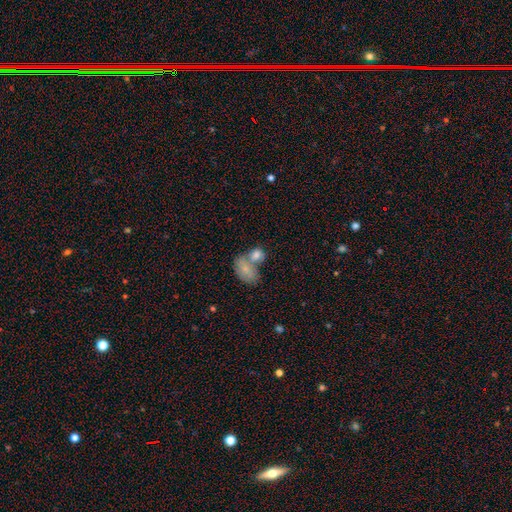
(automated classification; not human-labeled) This appears to be a smooth galaxy with no disk features (72%) that is in between round and cigar-shaped (67%). Merging: merger (53%).